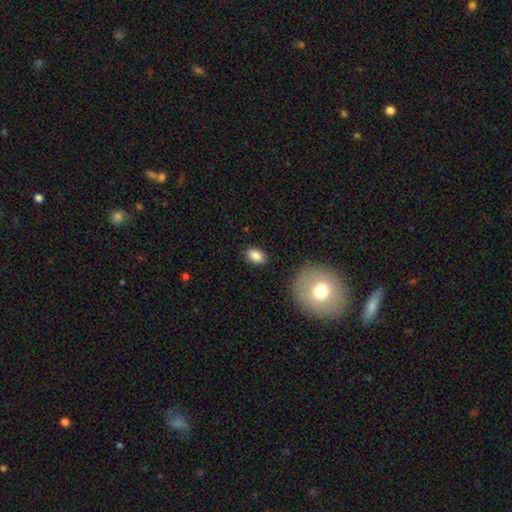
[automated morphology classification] This appears to be a smooth galaxy with no disk features (86%) that is in between round and cigar-shaped (83%). Merging: none (84%).